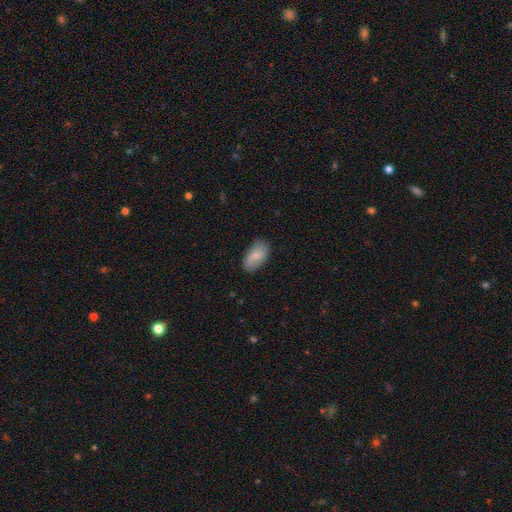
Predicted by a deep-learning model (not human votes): Smooth or featured? smooth (78%)
How rounded? in between (94%)
Merging? none (82%)